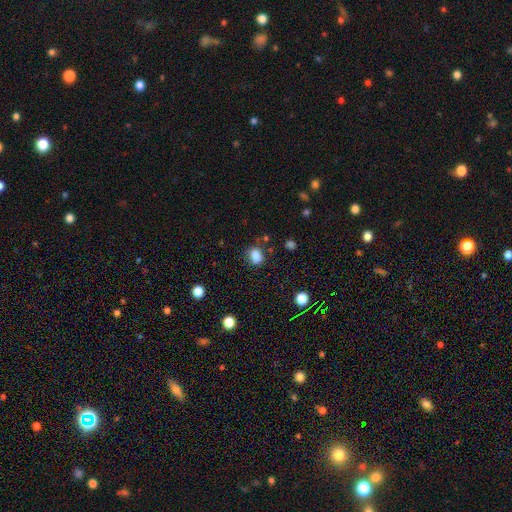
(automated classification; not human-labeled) Smooth or featured? smooth (84%)
How rounded? in between (58%)
Merging? none (75%)